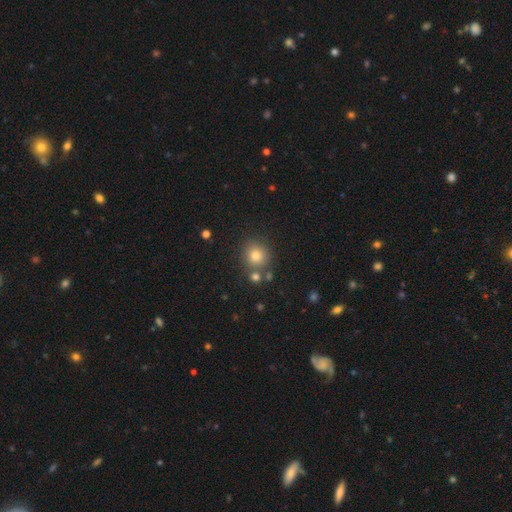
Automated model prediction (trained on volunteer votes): Smooth or featured? Predicted: smooth (p=0.78). How rounded? Predicted: round (p=0.86). Merging? Predicted: none (p=0.75).